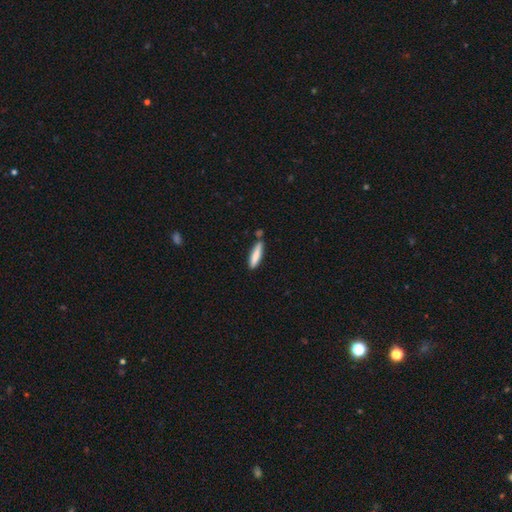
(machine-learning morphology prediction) smooth_or_featured: smooth (p=0.82) [alt: featured or disk p=0.12]
how_rounded: cigar-shaped (p=0.83) [alt: in between p=0.16]
merging: none (p=0.74) [alt: minor disturbance p=0.15]